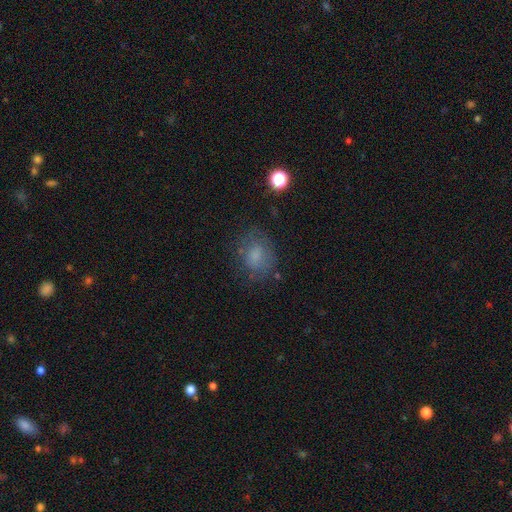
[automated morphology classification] A smooth galaxy with no disk features (67%) that is round (50%).

Vote fractions:
- Smooth or featured? smooth: 67% / featured or disk: 20% / star or artifact: 13%
- How rounded? round: 50% / in between: 49% / cigar-shaped: 1%
- Merging? none: 66% / minor disturbance: 21% / major disturbance: 11% / merger: 2%